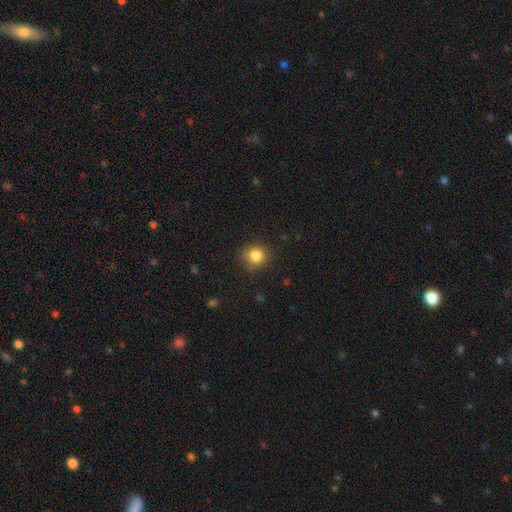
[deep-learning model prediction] The model was most divided on "merging": none: 84%, minor disturbance: 12%, major disturbance: 3%, merger: 1%. More confident: how rounded — round (88%); smooth or featured — smooth (84%).